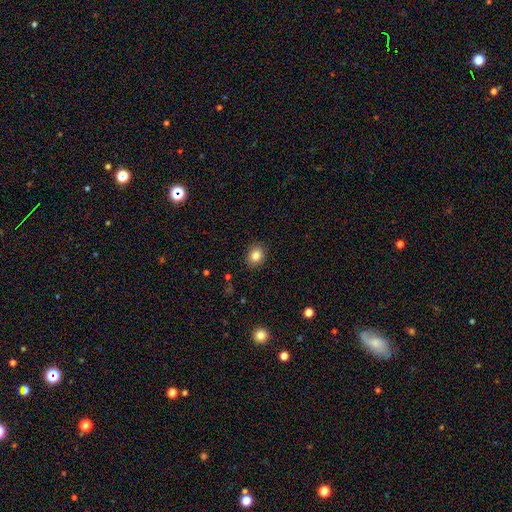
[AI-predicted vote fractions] A smooth galaxy with no disk features (85%) that is round (61%).

Vote fractions:
- Smooth or featured? smooth: 85% / star or artifact: 10% / featured or disk: 6%
- How rounded? round: 61% / in between: 38% / cigar-shaped: 1%
- Merging? none: 89% / minor disturbance: 8% / major disturbance: 2% / merger: 1%